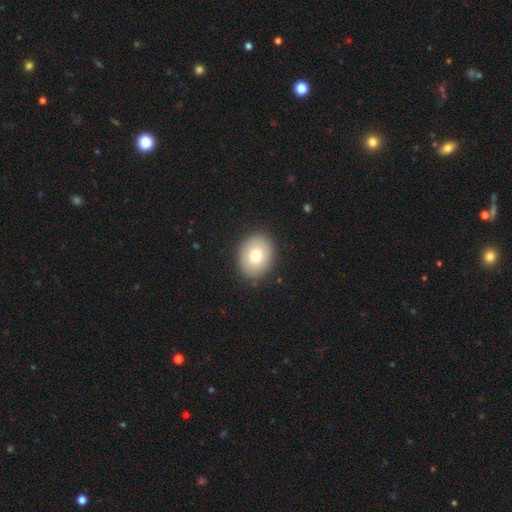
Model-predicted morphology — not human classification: This is likely a smooth galaxy (75%). How rounded: possibly in between (55%). Merging: clearly none (89%).